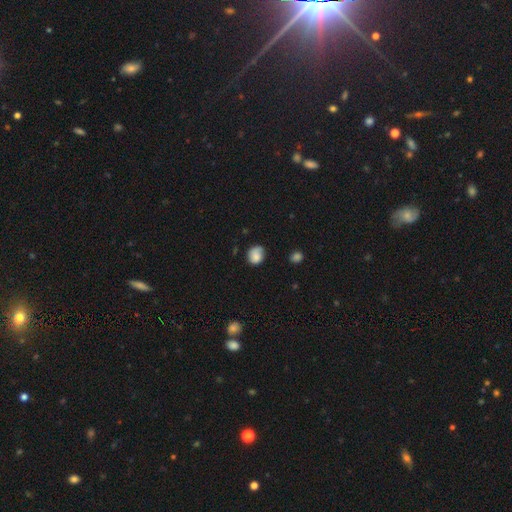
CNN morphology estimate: smooth 81%, featured or disk 11%, star or artifact 8%. Down the decision tree: how rounded — round (68%); merging — none (63%).